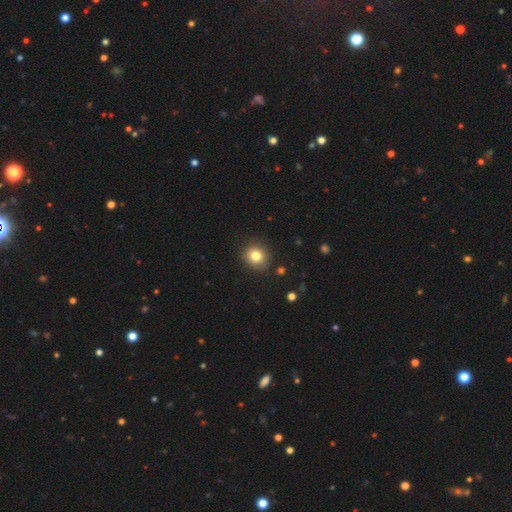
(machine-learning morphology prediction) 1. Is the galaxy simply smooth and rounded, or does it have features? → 81% smooth, 11% star or artifact, 8% featured or disk.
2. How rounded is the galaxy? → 83% round, 16% in between, 1% cigar-shaped.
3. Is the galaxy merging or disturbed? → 87% none, 9% minor disturbance, 2% major disturbance, 2% merger.